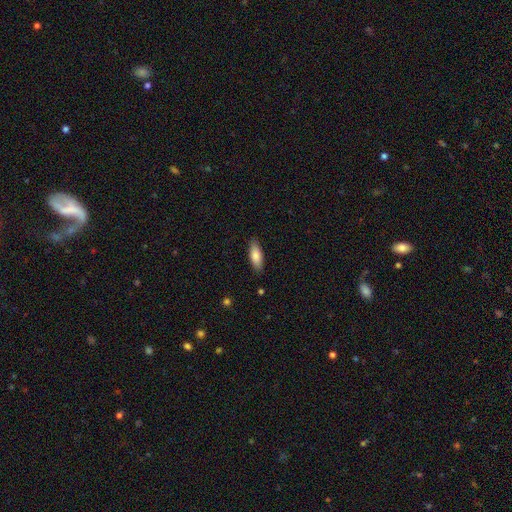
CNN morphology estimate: smooth 82%, featured or disk 12%, star or artifact 6%. Down the decision tree: how rounded — in between (70%); merging — none (87%).